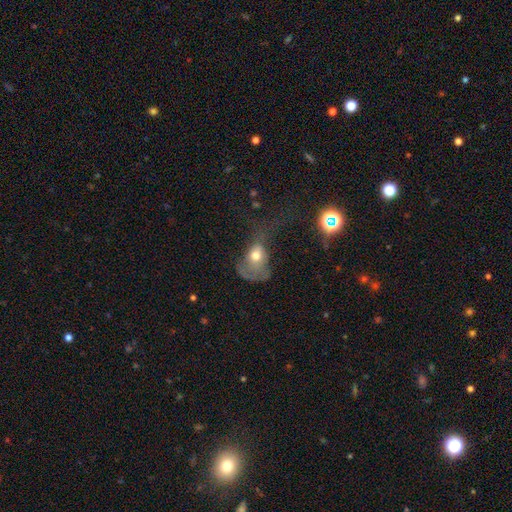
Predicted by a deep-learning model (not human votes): A smooth galaxy with no disk features (62%) that is in between round and cigar-shaped (65%). Merging: major disturbance (65%).